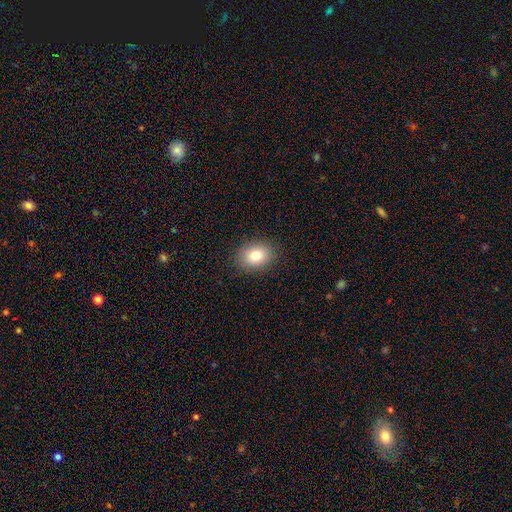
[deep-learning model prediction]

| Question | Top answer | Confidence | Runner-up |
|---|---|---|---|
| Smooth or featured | smooth | 82% | star or artifact (9%) |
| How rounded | in between | 68% | round (31%) |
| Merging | none | 88% | minor disturbance (9%) |